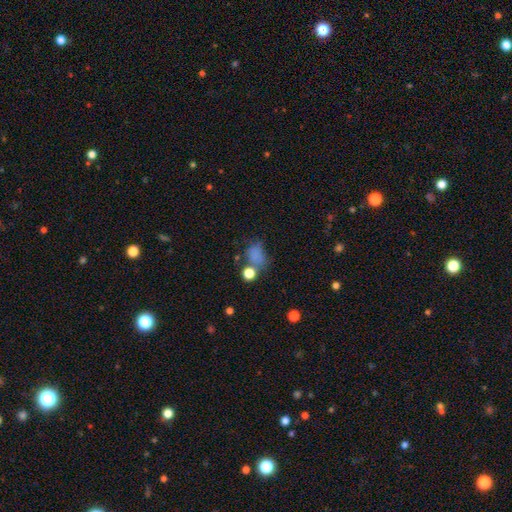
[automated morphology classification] This appears to be a smooth galaxy with no disk features (70%) that is round (51%). Merging: none (45%).